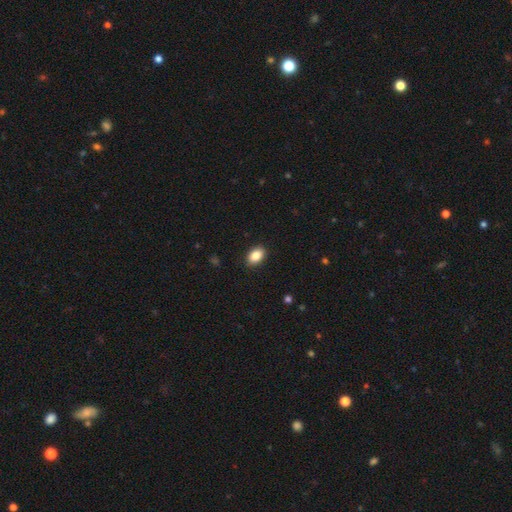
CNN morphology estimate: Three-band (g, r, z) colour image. It shows a smooth galaxy with no disk features (87%) that is in between round and cigar-shaped (87%). Merging: none (89%).